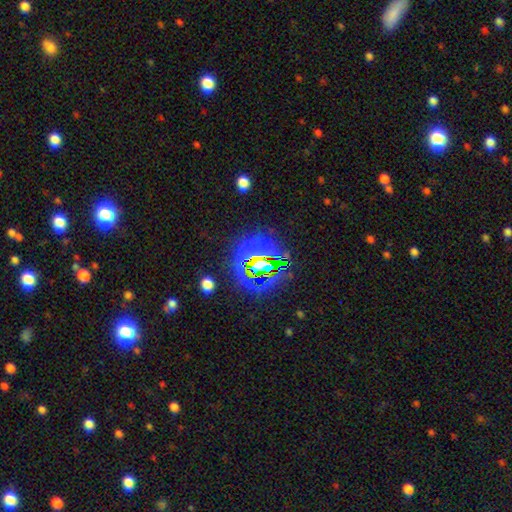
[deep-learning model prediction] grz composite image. It shows a star or artifact, not a galaxy (78%).